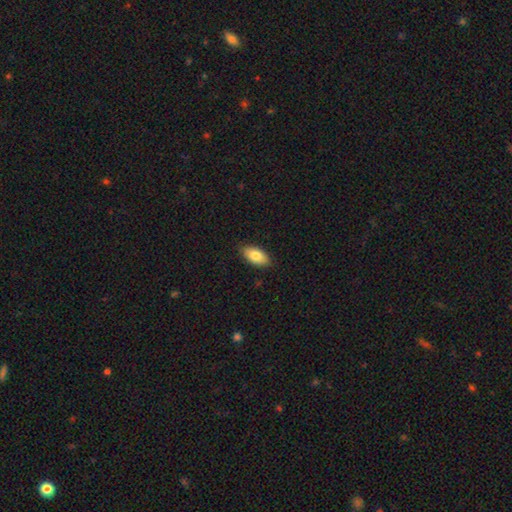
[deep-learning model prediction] Q: Smooth or featured?
A: smooth (82%); runner-up: featured or disk (11%)
Q: How rounded?
A: in between (92%); runner-up: cigar-shaped (5%)
Q: Merging?
A: none (87%); runner-up: minor disturbance (10%)